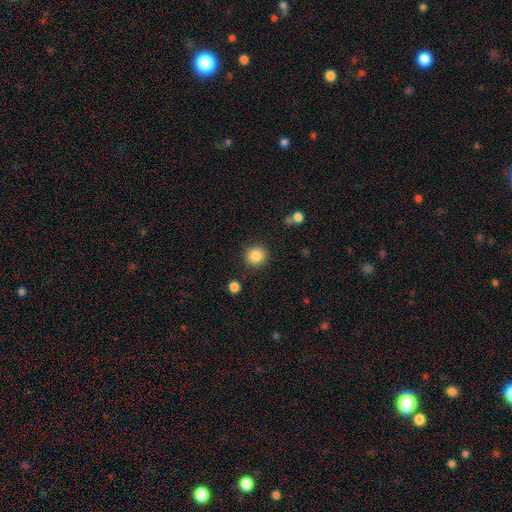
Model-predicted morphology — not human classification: A smooth galaxy with no disk features (87%) that is round (92%). Merging: none (89%).